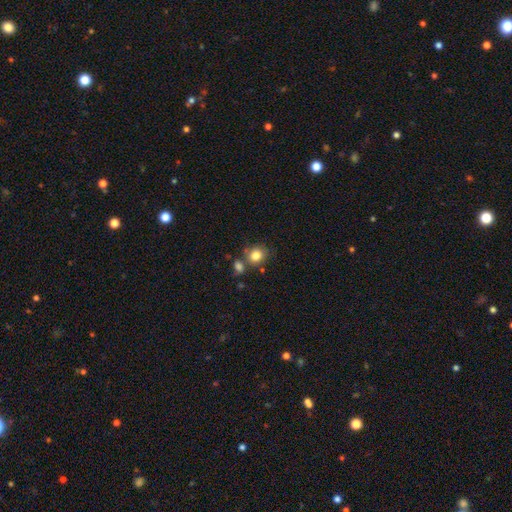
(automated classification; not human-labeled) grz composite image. It shows a smooth galaxy with no disk features (83%) that is round (72%). Merging: none (62%).